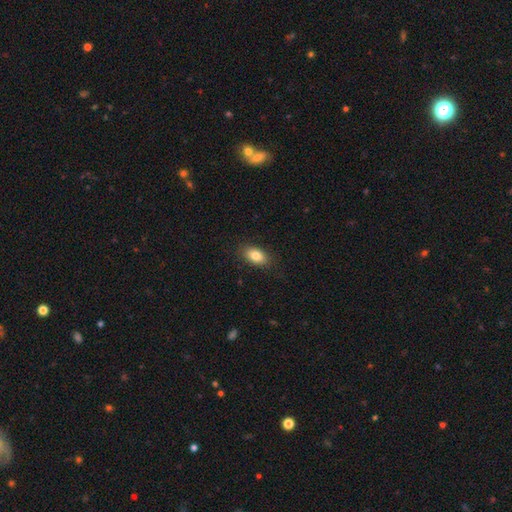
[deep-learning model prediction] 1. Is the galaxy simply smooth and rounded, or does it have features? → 83% smooth, 9% featured or disk, 8% star or artifact.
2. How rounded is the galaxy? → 90% in between, 8% round, 3% cigar-shaped.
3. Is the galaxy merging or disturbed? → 87% none, 10% minor disturbance, 3% major disturbance, 1% merger.